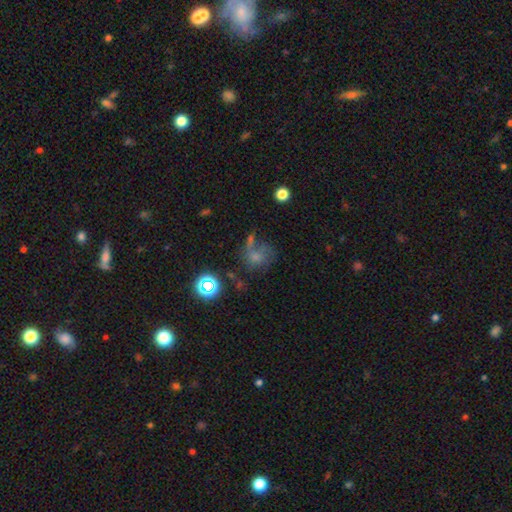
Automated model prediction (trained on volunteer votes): This appears to be a smooth galaxy with no disk features (52%) that is round (70%). Merging: none (34%).